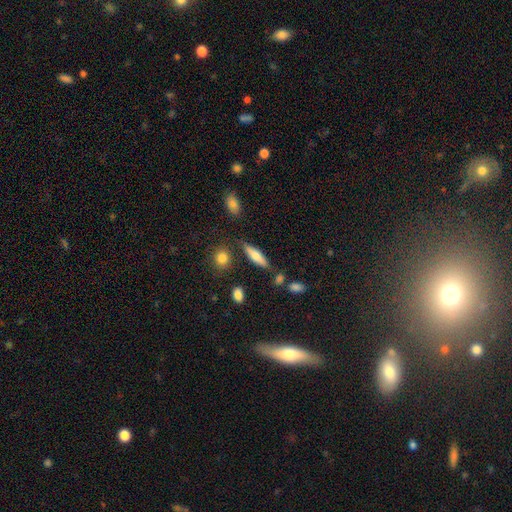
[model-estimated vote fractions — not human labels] A smooth galaxy with no disk features (61%) that is cigar-shaped (62%). Merging: none (76%).